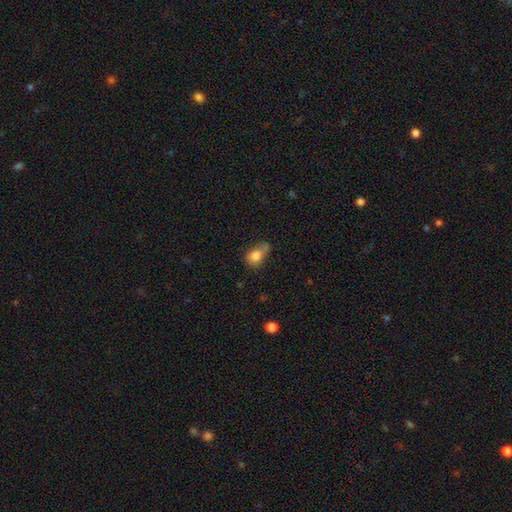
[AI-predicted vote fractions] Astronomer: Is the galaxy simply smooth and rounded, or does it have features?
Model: smooth — 80%.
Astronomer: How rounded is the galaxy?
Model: round — 50% (runner-up: in between, 48%).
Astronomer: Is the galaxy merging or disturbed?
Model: none — 40% (runner-up: minor disturbance, 27%).